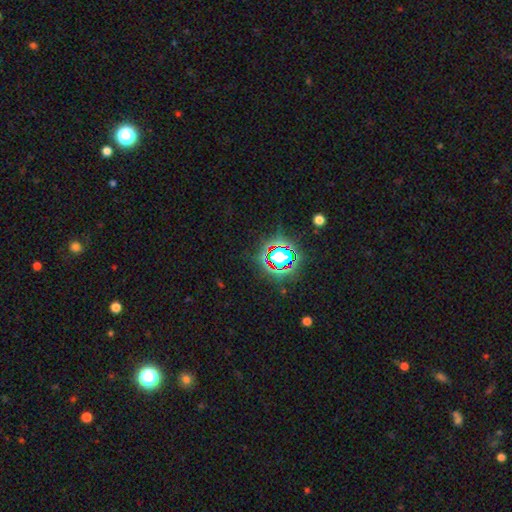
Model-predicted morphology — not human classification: Q: Smooth or featured?
A: star or artifact (78%); runner-up: smooth (13%)